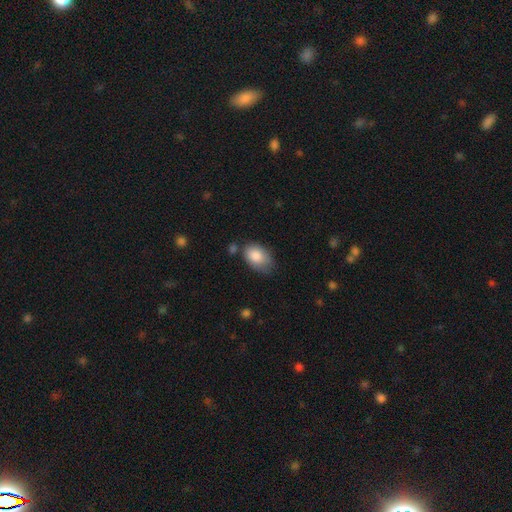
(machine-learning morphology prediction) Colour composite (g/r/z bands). It shows a smooth galaxy with no disk features (84%) that is in between round and cigar-shaped (87%). Merging: none (54%).